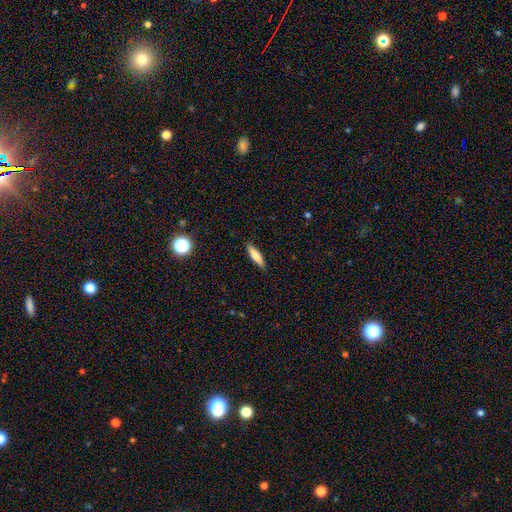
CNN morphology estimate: A smooth galaxy with no disk features (75%) that is cigar-shaped (76%). Merging: none (89%).